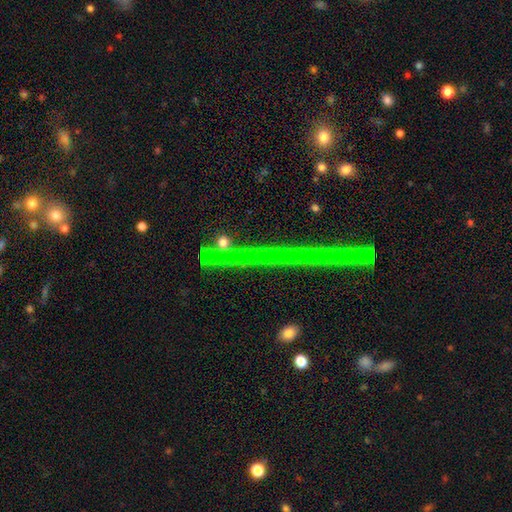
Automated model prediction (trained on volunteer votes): smooth-or-featured: star or artifact: 70% | featured or disk: 20% | smooth: 10%